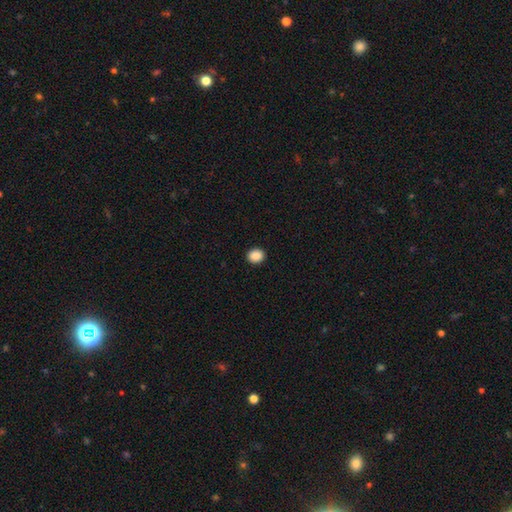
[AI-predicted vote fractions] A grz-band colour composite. It shows a smooth galaxy with no disk features (89%) that is round (72%). Merging: none (93%).